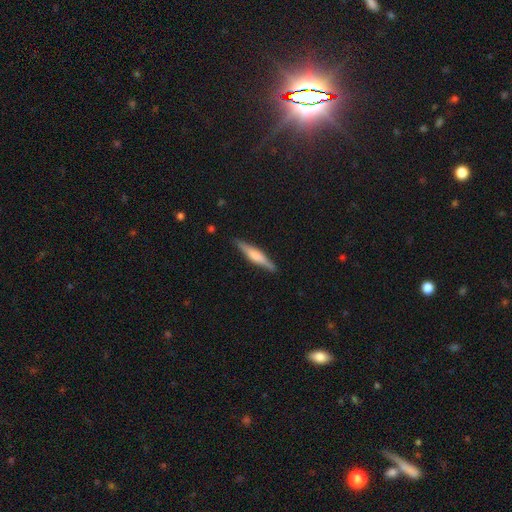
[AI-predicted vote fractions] Smooth or featured? featured or disk (54%)
Edge-on disk? yes (97%)
Edge-on bulge? rounded (50%)
Merging? none (88%)